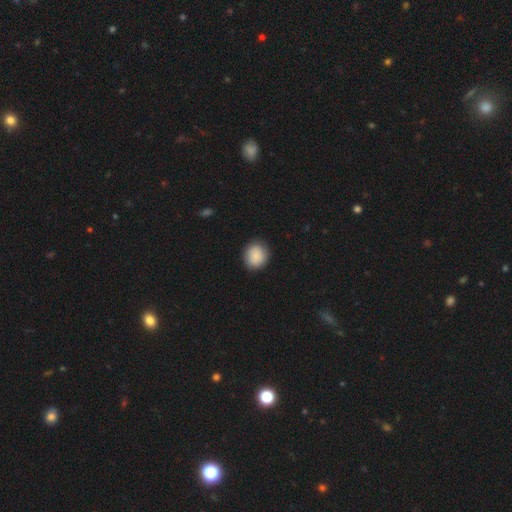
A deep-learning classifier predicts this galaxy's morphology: A smooth galaxy with no disk features (87%) that is round (82%). Merging: none (88%).